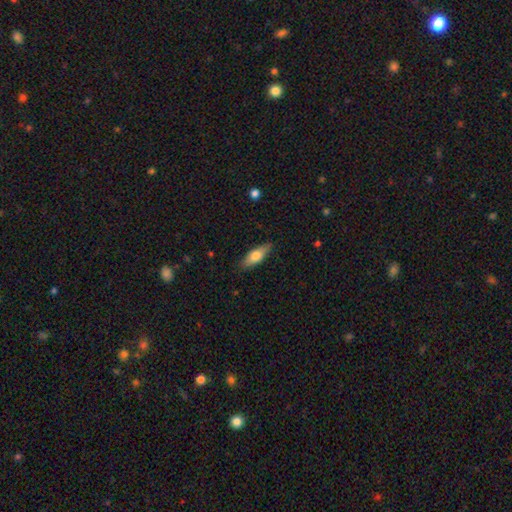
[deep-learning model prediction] Smooth or featured: smooth — 66% (featured or disk — 28%)
How rounded: in between — 61% (cigar-shaped — 36%)
Merging: none — 85% (minor disturbance — 12%)